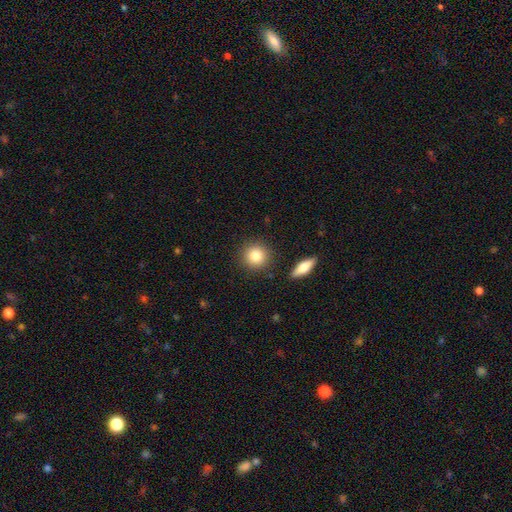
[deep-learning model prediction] Q: Smooth or featured?
A: smooth (84%); runner-up: star or artifact (8%)
Q: How rounded?
A: round (90%); runner-up: in between (9%)
Q: Merging?
A: none (86%); runner-up: minor disturbance (7%)